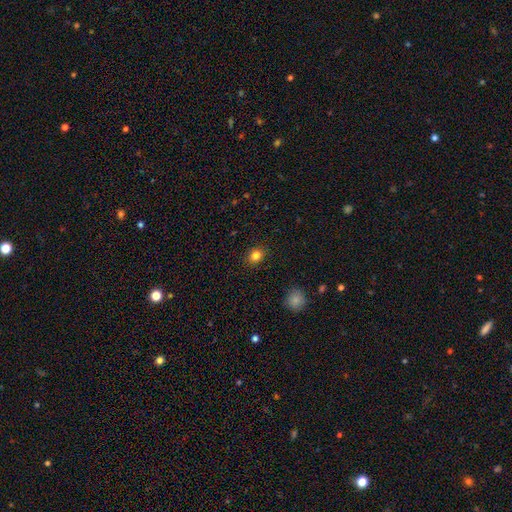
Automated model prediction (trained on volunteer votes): Overall: smooth (83%). How rounded: round (56%; in between 43%). Merging: none (89%).